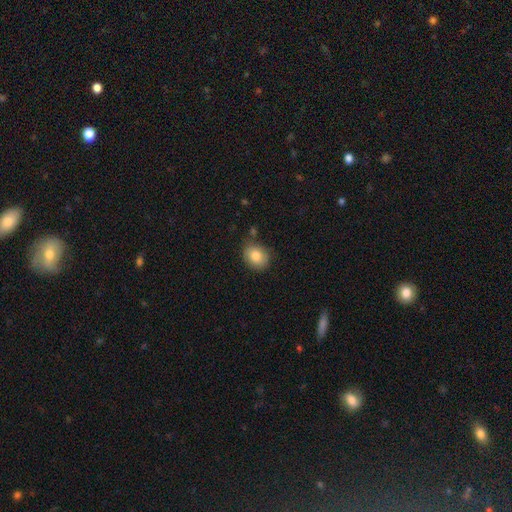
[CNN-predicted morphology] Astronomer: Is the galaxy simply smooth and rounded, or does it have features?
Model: smooth — 83%.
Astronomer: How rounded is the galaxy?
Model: round — 56% (runner-up: in between, 43%).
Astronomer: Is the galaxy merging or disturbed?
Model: none — 78%.